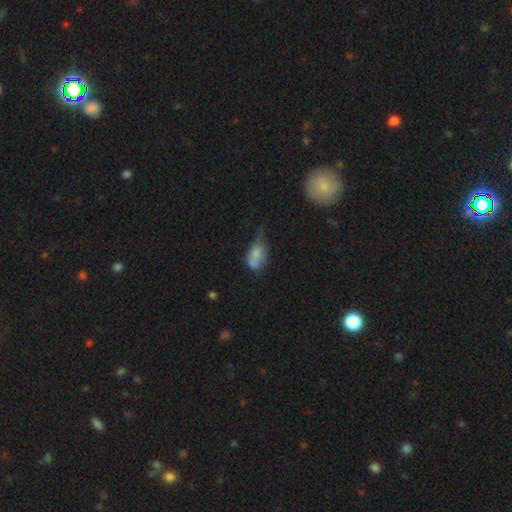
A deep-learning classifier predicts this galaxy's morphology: Smooth or featured? Predicted: smooth (p=0.64). How rounded? Predicted: in between (p=0.84). Merging? Predicted: minor disturbance (p=0.33).